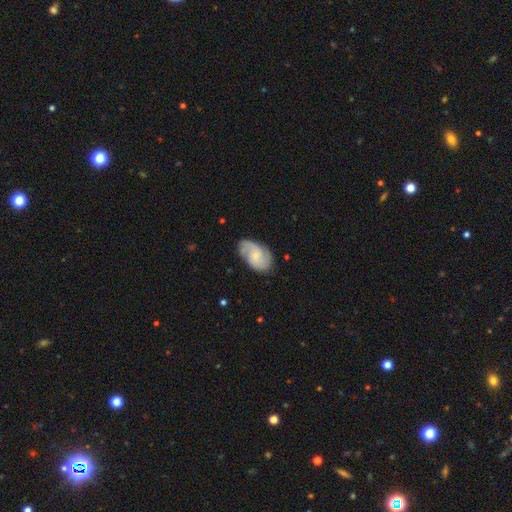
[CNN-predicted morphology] smooth-or-featured: featured or disk: 69% | smooth: 25% | star or artifact: 6%
  disk-edge-on: no: 97% | yes: 3%
    bar: no: 68% | weak: 28% | strong: 4%
    has-spiral-arms: yes: 93% | no: 7%
      spiral-winding: medium: 44% | tight: 40% | loose: 17%
      spiral-arm-count: 2: 50% | can't tell: 19% | 3: 19% | 1: 5% | 4: 4% | more than 4: 3%
    bulge-size: small: 69% | moderate: 24% | none: 4% | large: 1% | dominant: 1%
  merging: none: 71% | minor disturbance: 21% | major disturbance: 6% | merger: 1%